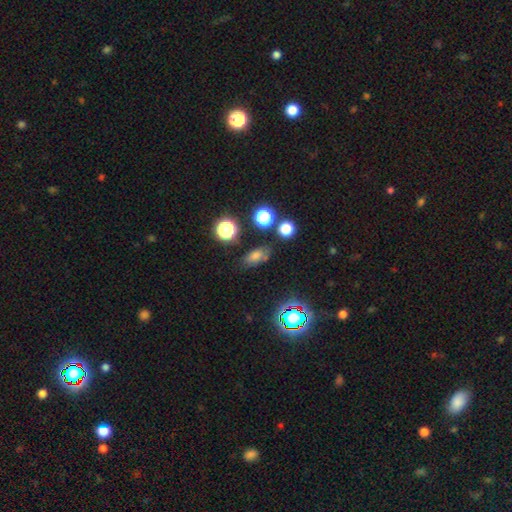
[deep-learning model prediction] Q: Smooth or featured?
A: smooth (66%); runner-up: star or artifact (22%)
Q: How rounded?
A: in between (77%); runner-up: round (16%)
Q: Merging?
A: none (73%); runner-up: minor disturbance (15%)